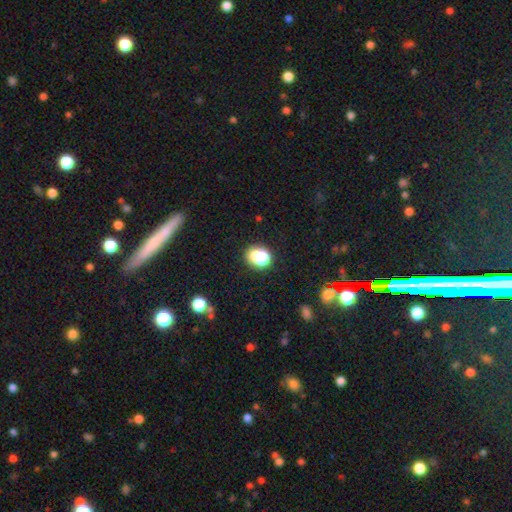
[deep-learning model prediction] Smooth or featured?
  - smooth: 72% *
  - star or artifact: 18%
  - featured or disk: 10%
How rounded?
  - round: 54% *
  - in between: 44%
  - cigar-shaped: 1%
Merging?
  - none: 62% *
  - minor disturbance: 17%
  - merger: 14%
  - major disturbance: 7%